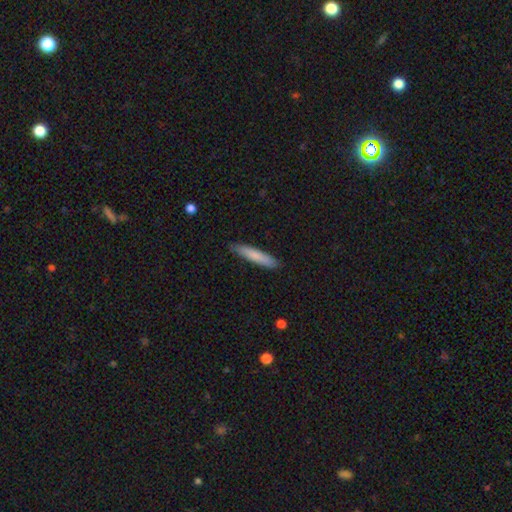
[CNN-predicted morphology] Smooth or featured? smooth (77%)
How rounded? cigar-shaped (90%)
Merging? none (88%)